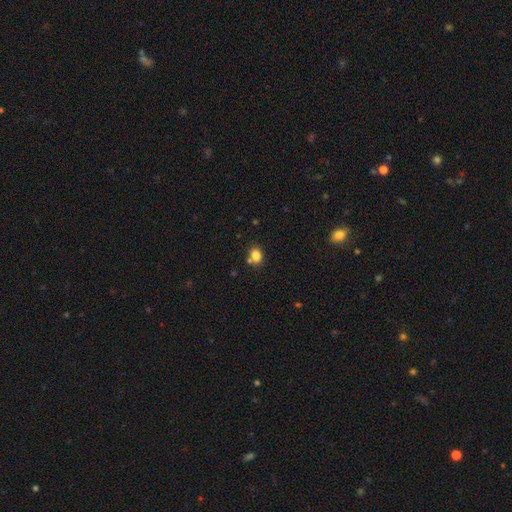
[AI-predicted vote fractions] smooth_or_featured: smooth (p=0.83) [alt: star or artifact p=0.11]
how_rounded: in between (p=0.61) [alt: round p=0.38]
merging: none (p=0.65) [alt: merger p=0.18]